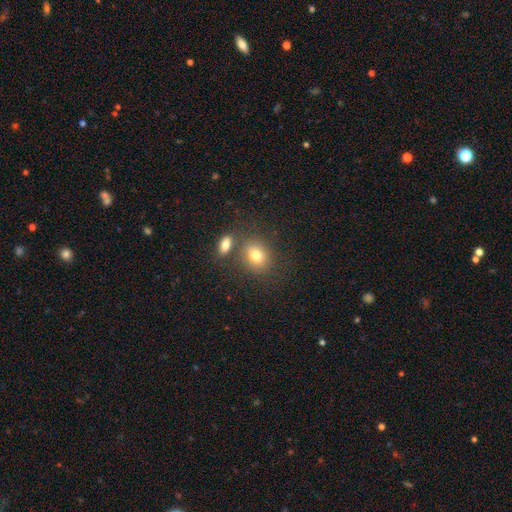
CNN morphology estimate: A smooth galaxy with no disk features (77%) that is round (56%). Merging: none (67%).